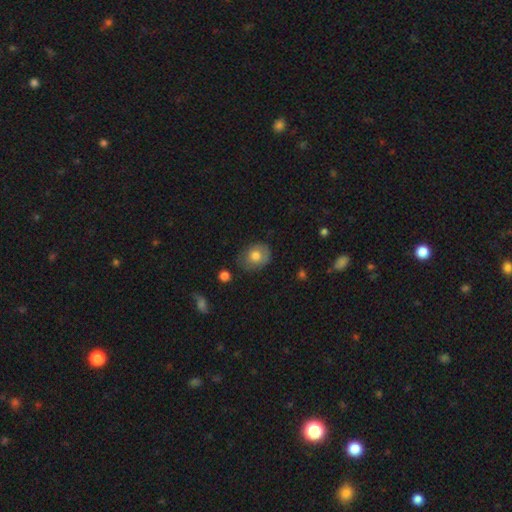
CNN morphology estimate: smooth_or_featured: smooth (p=0.72) [alt: featured or disk p=0.19]
how_rounded: in between (p=0.50) [alt: round p=0.49]
merging: none (p=0.71) [alt: minor disturbance p=0.22]